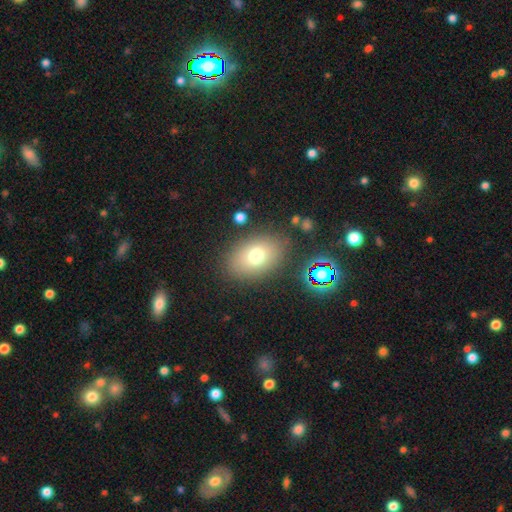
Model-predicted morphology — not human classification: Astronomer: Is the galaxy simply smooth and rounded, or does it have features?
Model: smooth — 73%.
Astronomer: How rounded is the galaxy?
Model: in between — 76%.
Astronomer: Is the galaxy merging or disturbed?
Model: none — 82%.